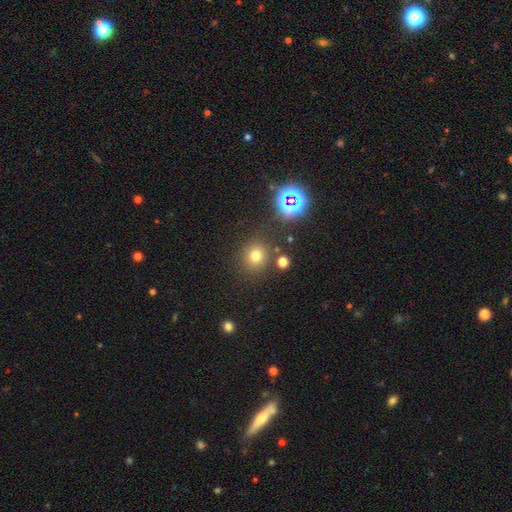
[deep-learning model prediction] Smooth or featured? smooth (69%)
How rounded? round (88%)
Merging? none (82%)